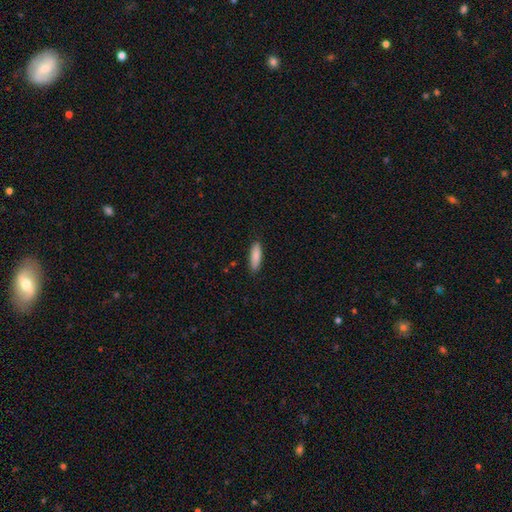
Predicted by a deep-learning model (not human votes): This appears to be a smooth galaxy with no disk features (87%) that is cigar-shaped (56%). Merging: none (88%).